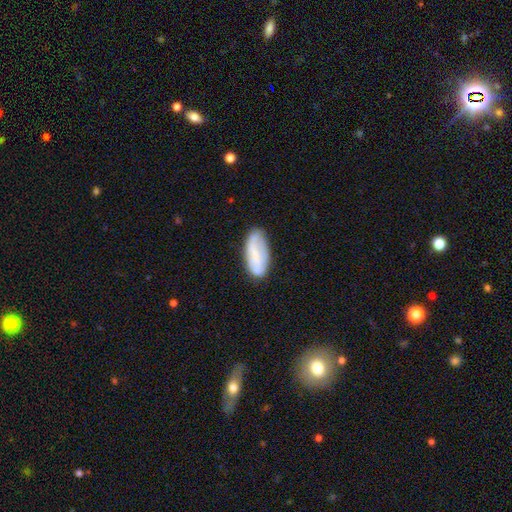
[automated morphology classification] smooth 61%, featured or disk 32%, star or artifact 7%. Down the decision tree: how rounded — in between (85%); merging — none (68%).